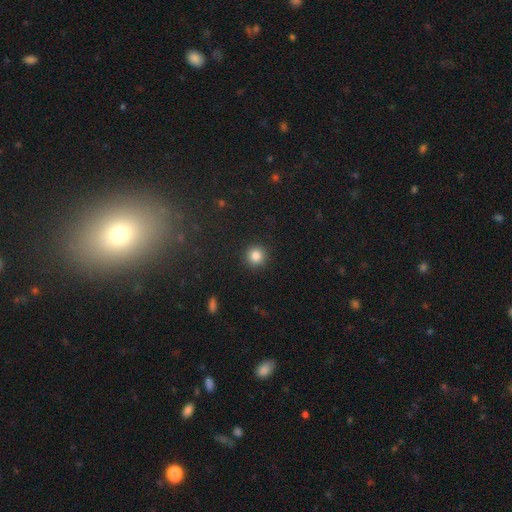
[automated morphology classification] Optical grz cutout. It shows a smooth galaxy with no disk features (84%) that is round (94%). Merging: none (92%).